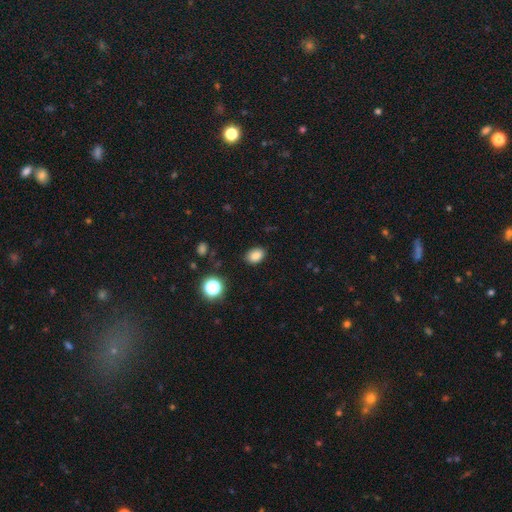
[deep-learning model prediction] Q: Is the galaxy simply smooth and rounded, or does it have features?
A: smooth — 82%.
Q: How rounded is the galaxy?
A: in between — 75%.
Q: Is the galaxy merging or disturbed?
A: none — 86%.